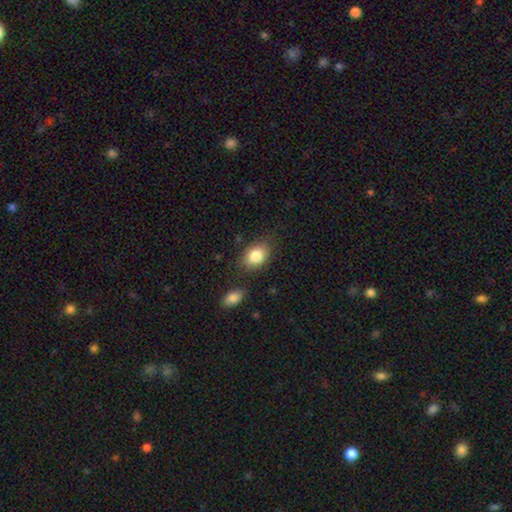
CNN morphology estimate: Smooth or featured? smooth (85%)
How rounded? in between (78%)
Merging? none (76%)